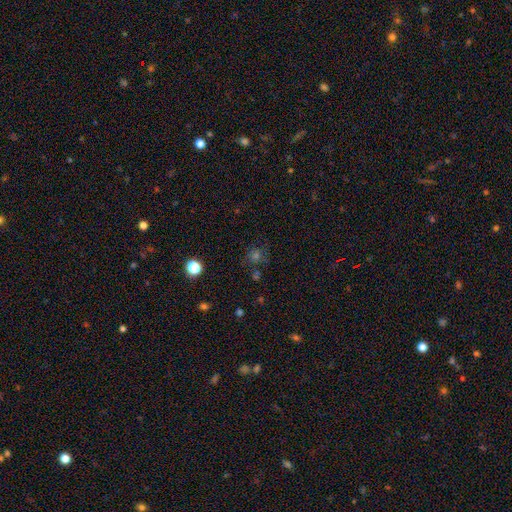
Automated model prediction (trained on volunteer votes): Q: Smooth or featured?
A: smooth (45%); runner-up: star or artifact (38%)
Q: Merging?
A: none (74%); runner-up: minor disturbance (13%)